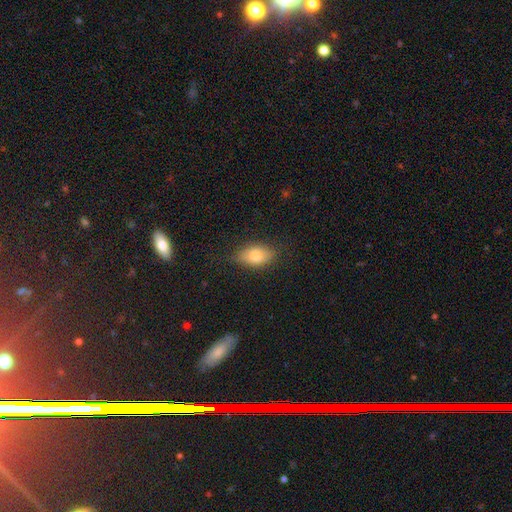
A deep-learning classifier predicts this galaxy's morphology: This appears to be a smooth galaxy with no disk features (76%) that is in between round and cigar-shaped (88%). Merging: none (79%).